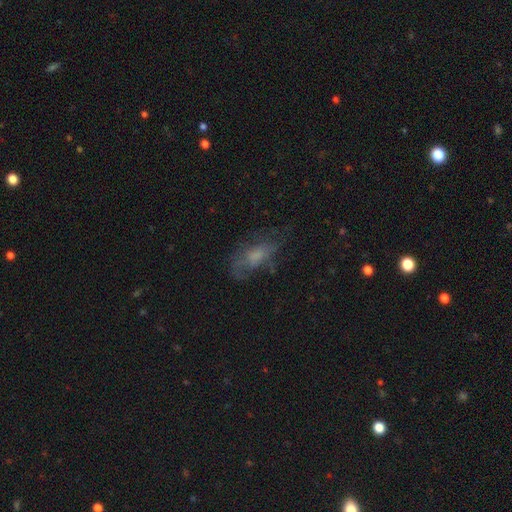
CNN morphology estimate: smooth 46%, featured or disk 40%, star or artifact 14%. Down the decision tree: merging — none (49%).